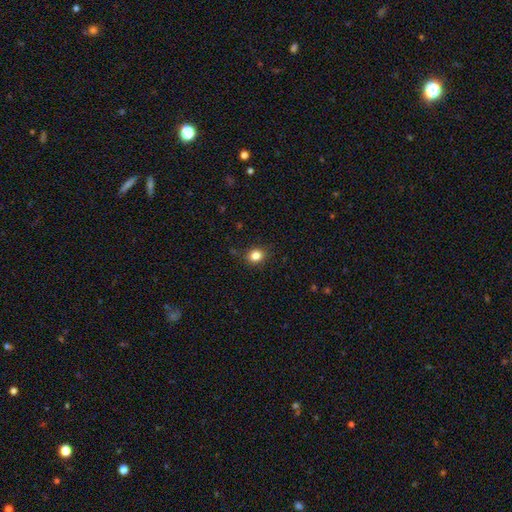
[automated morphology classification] A smooth galaxy with no disk features (84%) that is round (72%).

Vote fractions:
- Smooth or featured? smooth: 84% / star or artifact: 12% / featured or disk: 5%
- How rounded? round: 72% / in between: 27% / cigar-shaped: 1%
- Merging? none: 87% / minor disturbance: 10% / major disturbance: 2% / merger: 1%